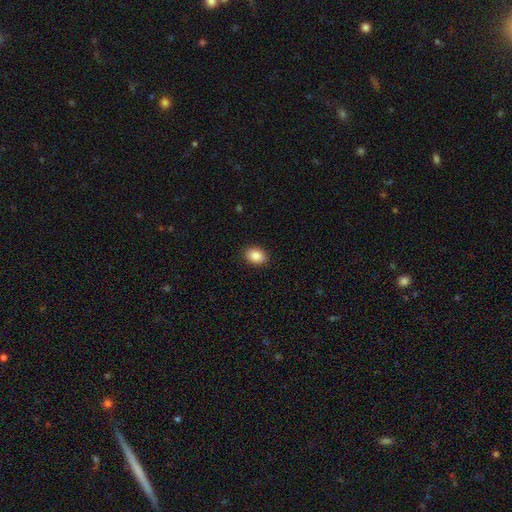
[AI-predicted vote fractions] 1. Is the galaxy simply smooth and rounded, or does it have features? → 86% smooth, 8% star or artifact, 5% featured or disk.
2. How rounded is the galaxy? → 69% in between, 30% round, 1% cigar-shaped.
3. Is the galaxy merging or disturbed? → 90% none, 7% minor disturbance, 2% major disturbance, 1% merger.